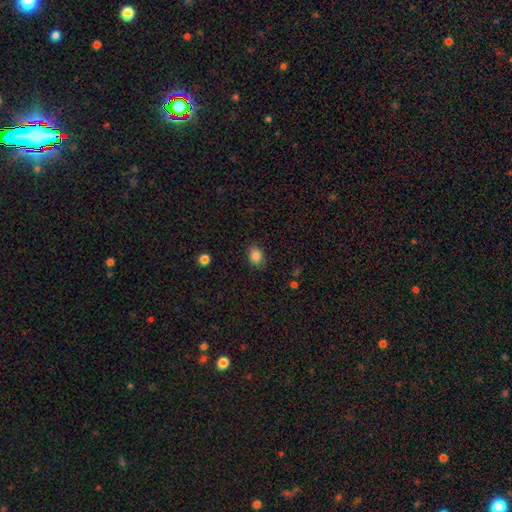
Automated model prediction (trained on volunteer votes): smooth 86%, star or artifact 10%, featured or disk 4%. Down the decision tree: how rounded — in between (65%); merging — none (83%).